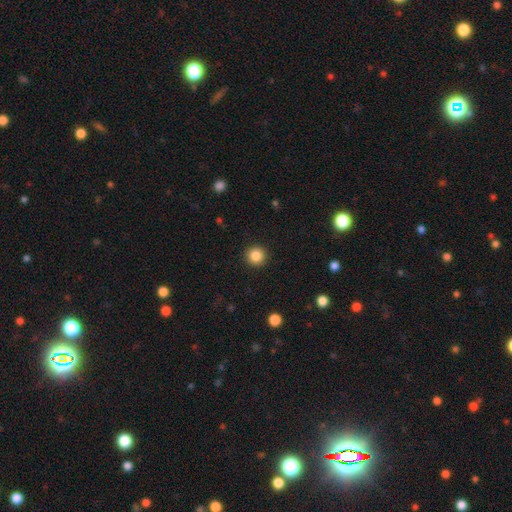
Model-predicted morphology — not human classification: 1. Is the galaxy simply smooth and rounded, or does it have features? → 85% smooth, 10% star or artifact, 4% featured or disk.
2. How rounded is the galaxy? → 95% round, 4% in between, 1% cigar-shaped.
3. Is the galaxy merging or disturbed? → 92% none, 5% minor disturbance, 2% major disturbance, 1% merger.